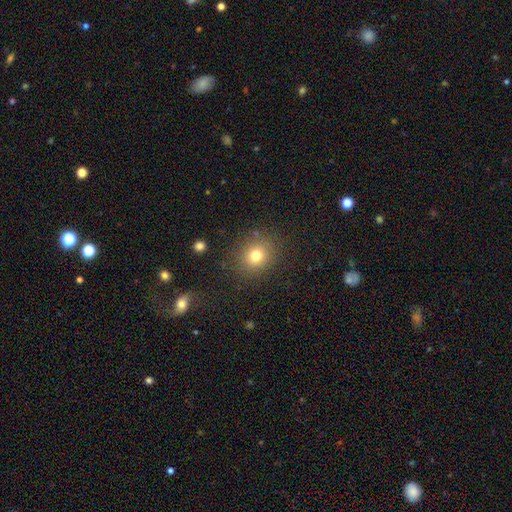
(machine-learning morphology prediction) smooth 76%, star or artifact 15%, featured or disk 9%. Down the decision tree: how rounded — round (77%); merging — none (85%).